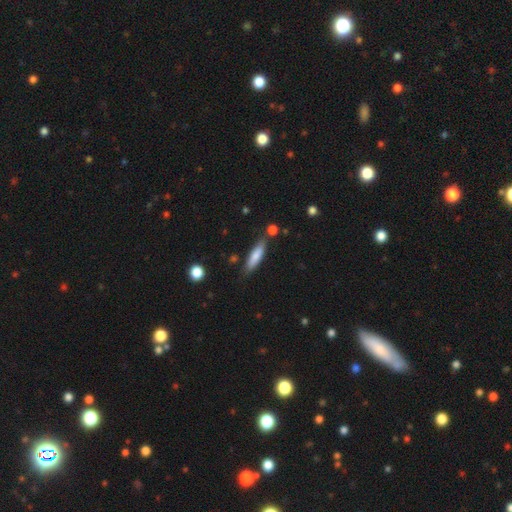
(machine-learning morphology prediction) A smooth galaxy with no disk features (76%) that is cigar-shaped (74%).

Vote fractions:
- Smooth or featured? smooth: 76% / featured or disk: 18% / star or artifact: 6%
- How rounded? cigar-shaped: 74% / in between: 24% / round: 2%
- Merging? none: 77% / minor disturbance: 15% / merger: 5% / major disturbance: 3%